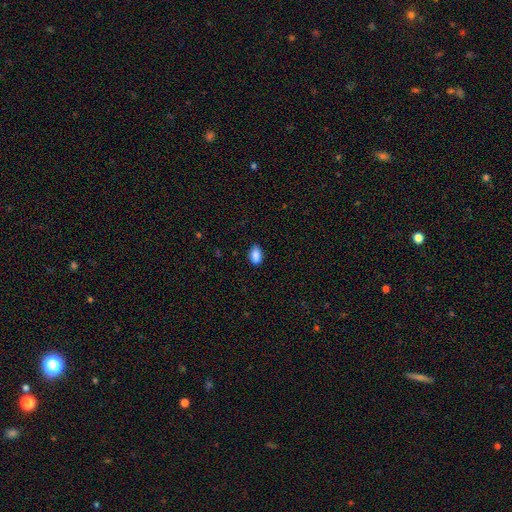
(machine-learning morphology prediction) type=smooth (88%); roundness=in between (91%); merging=none (82%).